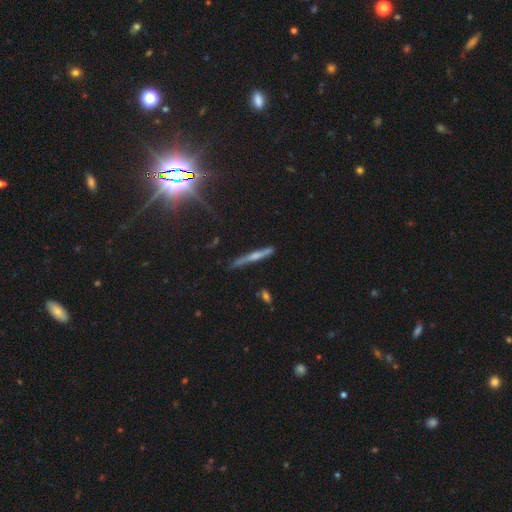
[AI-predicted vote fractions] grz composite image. It shows a featured or disk galaxy (56%) viewed edge-on (96%) with a rounded central bulge (61%). Merging: none (80%).